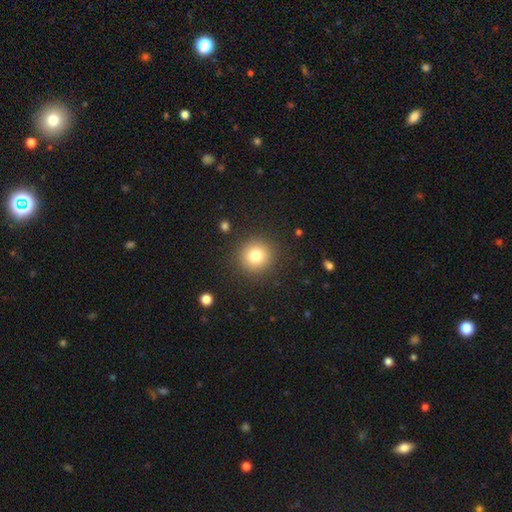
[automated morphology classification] smooth_or_featured: smooth (p=0.80) [alt: star or artifact p=0.12]
how_rounded: round (p=0.94) [alt: in between p=0.05]
merging: none (p=0.89) [alt: minor disturbance p=0.06]